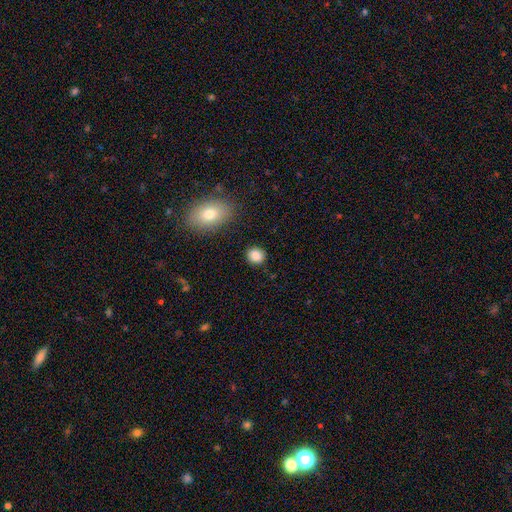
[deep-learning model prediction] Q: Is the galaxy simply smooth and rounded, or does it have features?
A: smooth — 87%.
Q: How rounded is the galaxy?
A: round — 79%.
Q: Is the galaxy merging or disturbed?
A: none — 88%.